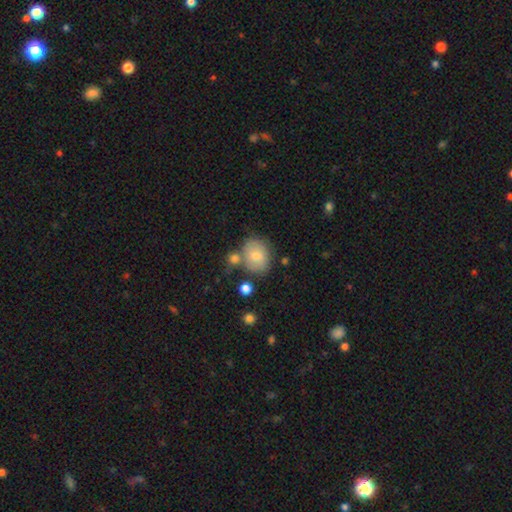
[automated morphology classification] Smooth or featured? smooth (74%)
How rounded? round (64%)
Merging? none (60%)